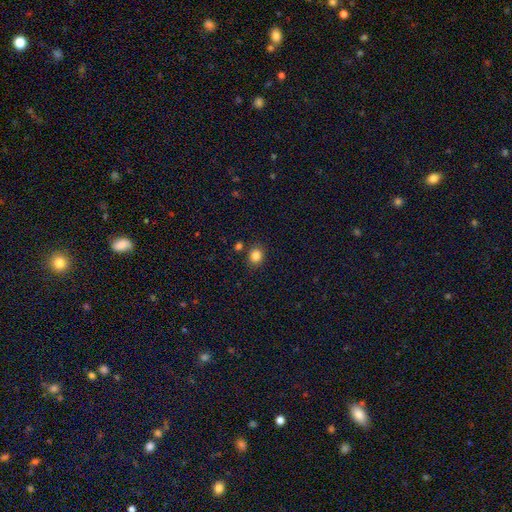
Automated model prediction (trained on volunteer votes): This is clearly a smooth galaxy (84%). How rounded: likely round (64%). Merging: clearly none (82%).